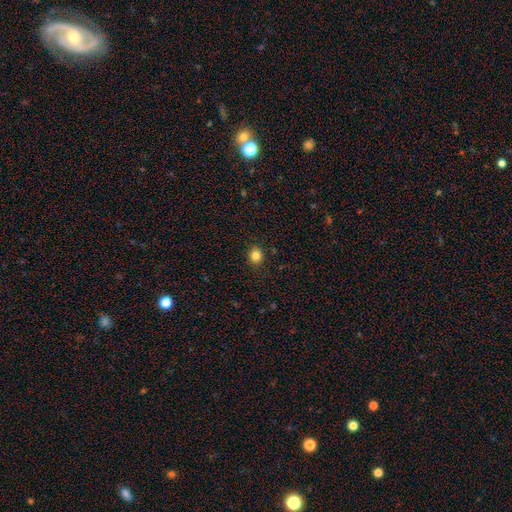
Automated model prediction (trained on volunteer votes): Smooth or featured?
  - smooth: 83% *
  - star or artifact: 12%
  - featured or disk: 5%
How rounded?
  - round: 79% *
  - in between: 20%
  - cigar-shaped: 1%
Merging?
  - none: 90% *
  - minor disturbance: 7%
  - major disturbance: 2%
  - merger: 1%